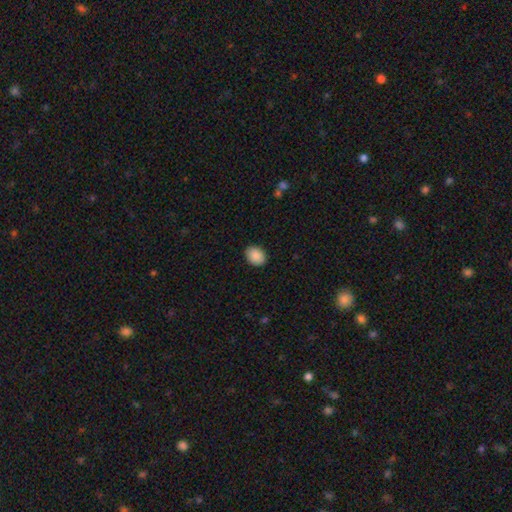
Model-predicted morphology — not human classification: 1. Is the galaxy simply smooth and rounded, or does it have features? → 89% smooth, 7% star or artifact, 3% featured or disk.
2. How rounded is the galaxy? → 64% in between, 35% round, 1% cigar-shaped.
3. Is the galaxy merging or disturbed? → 90% none, 7% minor disturbance, 2% major disturbance, 1% merger.